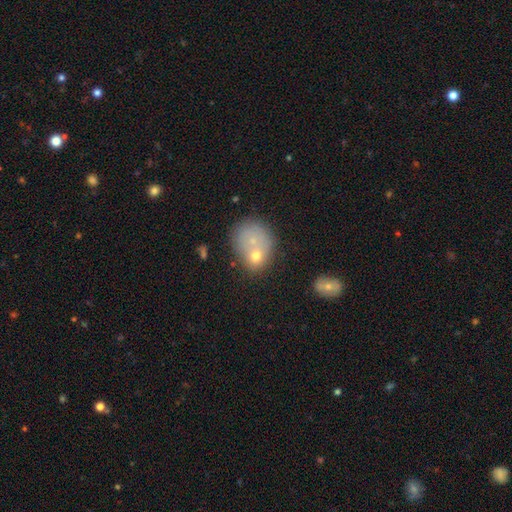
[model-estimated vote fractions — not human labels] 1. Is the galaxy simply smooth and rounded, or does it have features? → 65% smooth, 23% featured or disk, 12% star or artifact.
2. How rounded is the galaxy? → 62% round, 37% in between, 1% cigar-shaped.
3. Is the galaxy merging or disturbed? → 51% merger, 33% none, 11% minor disturbance, 6% major disturbance.